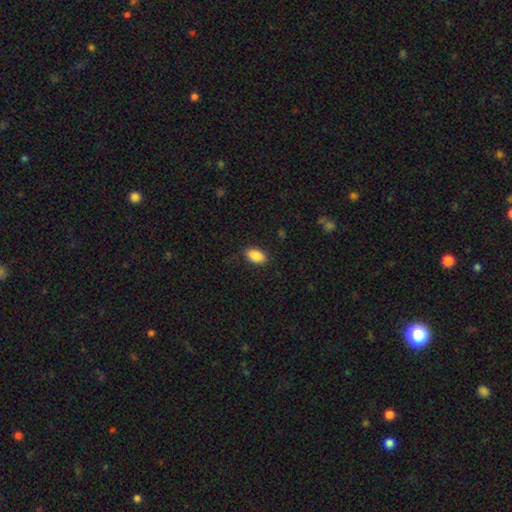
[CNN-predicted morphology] A smooth galaxy with no disk features (88%) that is in between round and cigar-shaped (92%). Merging: none (85%).